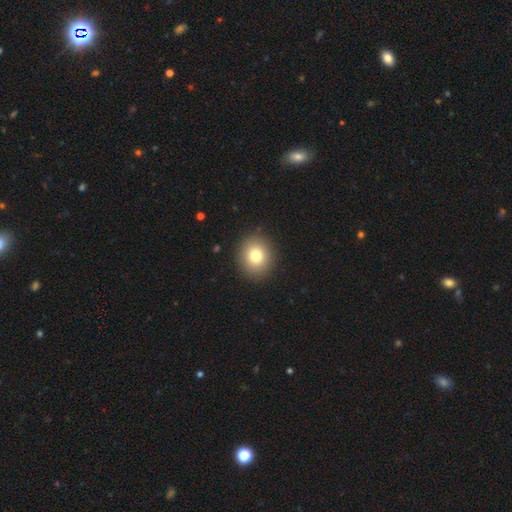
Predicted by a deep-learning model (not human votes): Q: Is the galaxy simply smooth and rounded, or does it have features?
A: smooth — 79%.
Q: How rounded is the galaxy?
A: round — 79%.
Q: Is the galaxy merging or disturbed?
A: none — 90%.